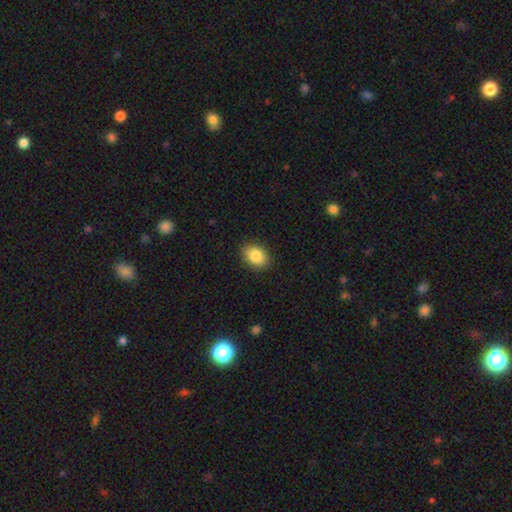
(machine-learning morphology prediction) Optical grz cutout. It shows a smooth galaxy with no disk features (86%) that is in between round and cigar-shaped (80%). Merging: none (87%).